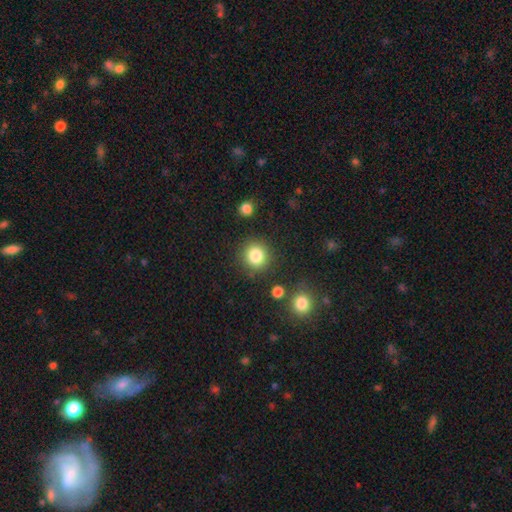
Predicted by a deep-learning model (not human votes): A smooth galaxy with no disk features (83%) that is round (89%).

Vote fractions:
- Smooth or featured? smooth: 83% / star or artifact: 11% / featured or disk: 6%
- How rounded? round: 89% / in between: 10% / cigar-shaped: 1%
- Merging? none: 85% / minor disturbance: 8% / merger: 4% / major disturbance: 3%